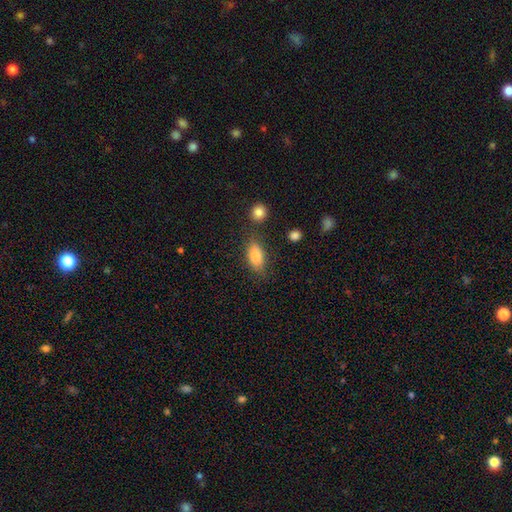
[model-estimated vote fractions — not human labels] Overall: smooth (84%). How rounded: in between (88%). Merging: none (72%).